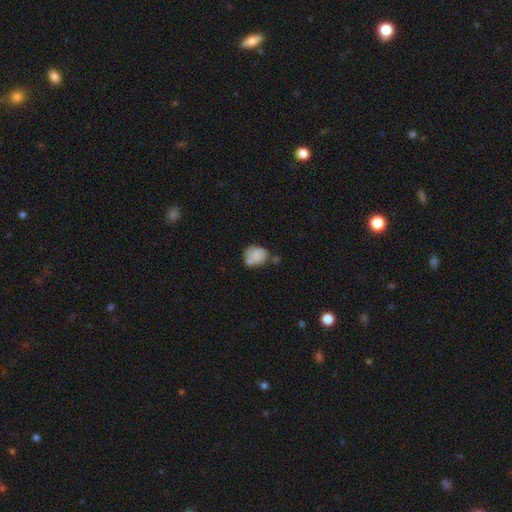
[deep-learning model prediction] smooth 80%, featured or disk 12%, star or artifact 8%. Down the decision tree: how rounded — round (61%); merging — none (46%).